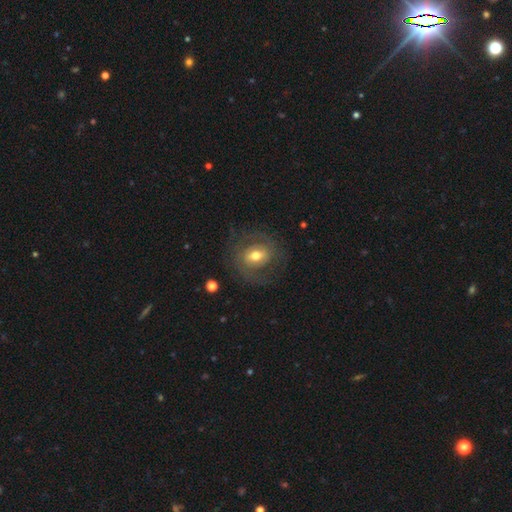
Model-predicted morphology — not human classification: Smooth or featured: featured or disk — 60% (smooth — 32%)
Edge-on disk: no — 96% (yes — 4%)
Bar: weak — 44% (no — 38%)
Spiral arms: yes — 69% (no — 31%)
Bulge size: moderate — 72% (small — 14%)
Merging: none — 69% (minor disturbance — 16%)